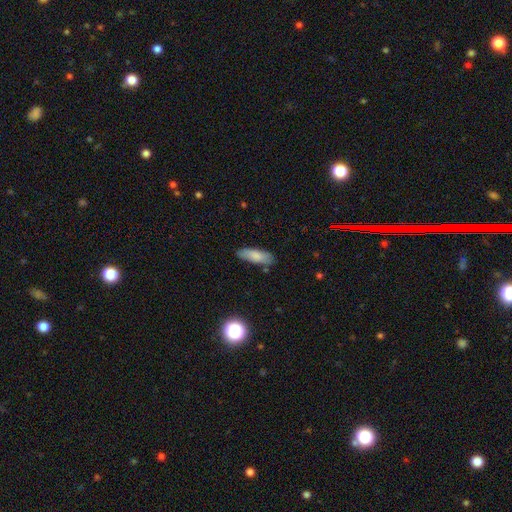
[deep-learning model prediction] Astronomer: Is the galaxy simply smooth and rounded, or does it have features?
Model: smooth — 81%.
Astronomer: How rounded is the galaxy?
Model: in between — 57% (runner-up: cigar-shaped, 41%).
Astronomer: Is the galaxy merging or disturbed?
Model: none — 79%.